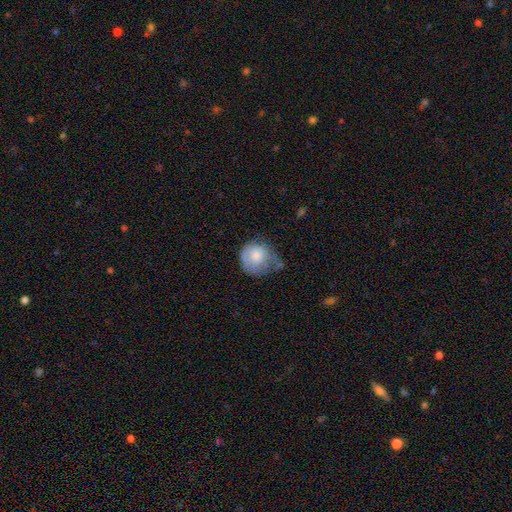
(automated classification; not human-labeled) This is likely a smooth galaxy (74%). How rounded: clearly round (82%). Merging: marginally minor disturbance (39%).